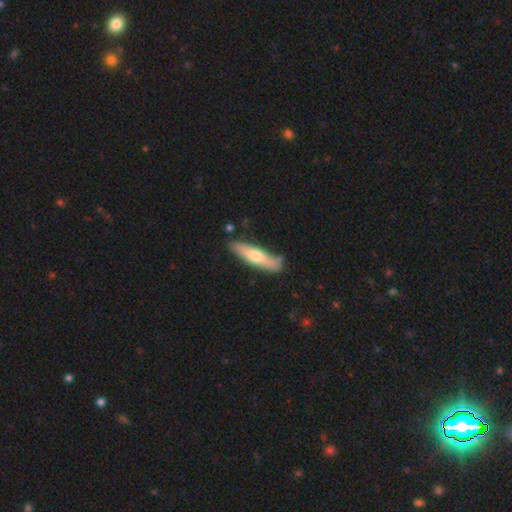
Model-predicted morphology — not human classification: Smooth or featured?
  - smooth: 54% *
  - featured or disk: 40%
  - star or artifact: 5%
How rounded?
  - cigar-shaped: 80% *
  - in between: 19%
  - round: 2%
Merging?
  - none: 77% *
  - minor disturbance: 17%
  - merger: 4%
  - major disturbance: 3%